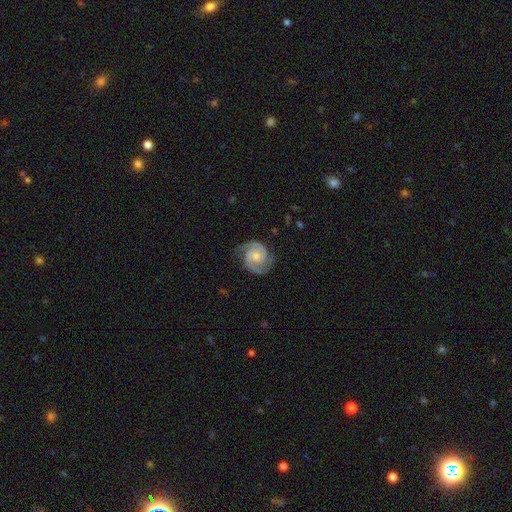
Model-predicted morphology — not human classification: Smooth or featured? featured or disk (92%)
Edge-on disk? no (98%)
Bar? no (64%)
Spiral arms? yes (99%)
Spiral winding? tight (49%)
Spiral arm count? 2 (93%)
Bulge size? small (47%)
Merging? none (82%)